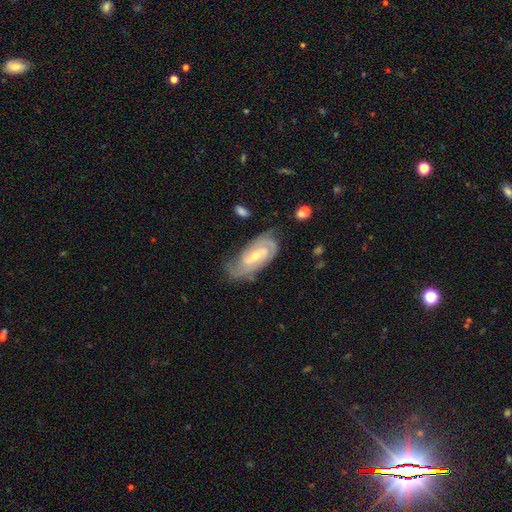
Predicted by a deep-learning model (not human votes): A featured or disk galaxy (84%) with a weak bar (46%), 2 (48%) tight (60%) spiral arms (95%) and a small central bulge (49%).

Vote fractions:
- Smooth or featured? featured or disk: 84% / smooth: 11% / star or artifact: 6%
- Edge-on disk? no: 94% / yes: 6%
- Bar? weak: 46% / no: 36% / strong: 18%
- Spiral arms? yes: 95% / no: 5%
- Spiral winding? tight: 60% / medium: 32% / loose: 8%
- Spiral arm count? 2: 48% / can't tell: 22% / 3: 19% / 4: 5% / 1: 4% / more than 4: 3%
- Bulge size? small: 49% / moderate: 47% / large: 2% / none: 1% / dominant: 1%
- Merging? none: 70% / minor disturbance: 21% / major disturbance: 7% / merger: 2%